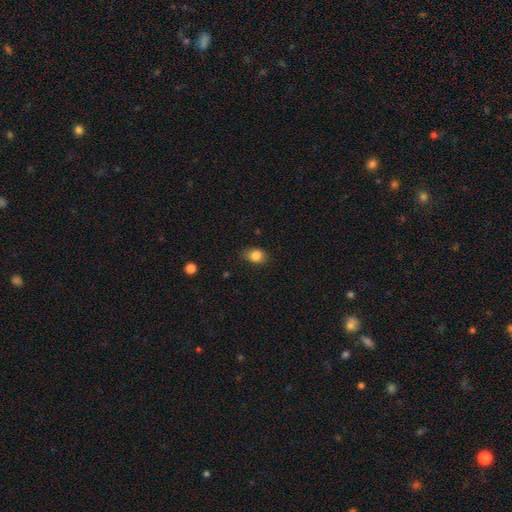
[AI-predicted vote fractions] Smooth or featured?
  - smooth: 85% *
  - star or artifact: 10%
  - featured or disk: 5%
How rounded?
  - in between: 58% *
  - round: 41%
  - cigar-shaped: 1%
Merging?
  - none: 78% *
  - minor disturbance: 17%
  - major disturbance: 3%
  - merger: 1%